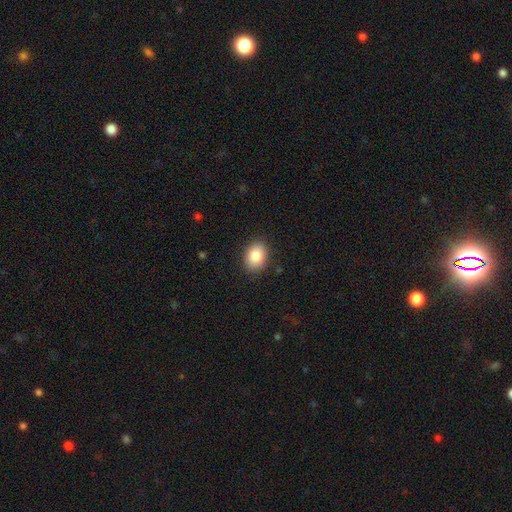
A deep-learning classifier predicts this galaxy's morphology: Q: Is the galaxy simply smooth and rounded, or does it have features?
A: smooth — 86%.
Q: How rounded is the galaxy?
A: in between — 67%.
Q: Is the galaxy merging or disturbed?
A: none — 87%.